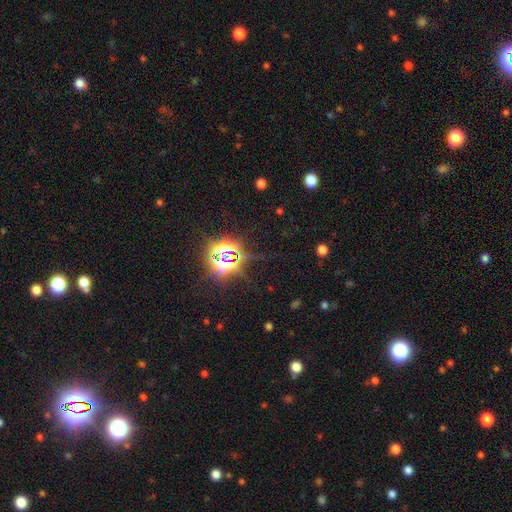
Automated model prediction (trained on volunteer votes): Q: Smooth or featured?
A: star or artifact (82%); runner-up: smooth (12%)